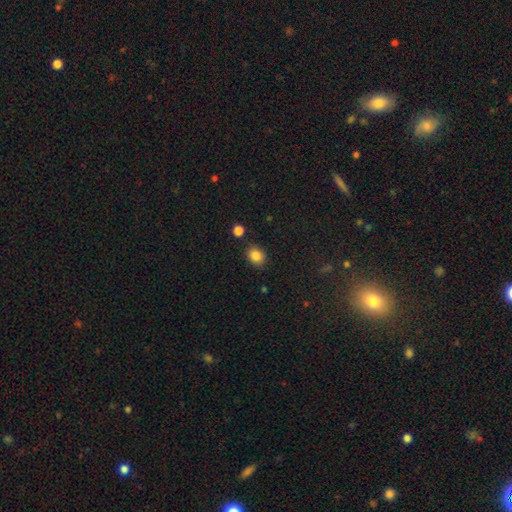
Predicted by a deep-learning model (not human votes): Q: Smooth or featured?
A: smooth (85%); runner-up: star or artifact (10%)
Q: How rounded?
A: in between (54%); runner-up: round (45%)
Q: Merging?
A: none (85%); runner-up: minor disturbance (9%)